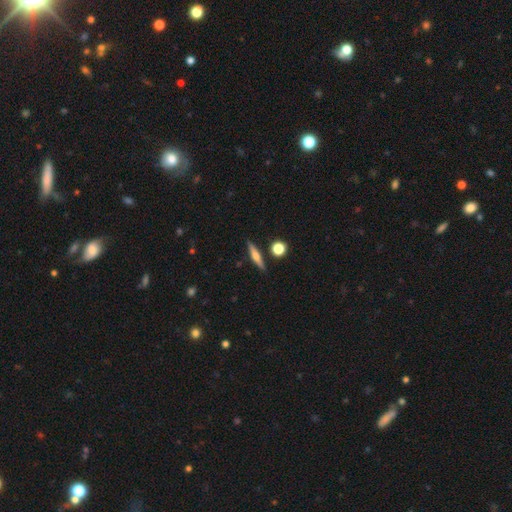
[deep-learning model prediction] featured or disk 55%, smooth 38%, star or artifact 7%. Down the decision tree: edge-on disk — yes (96%); edge-on bulge — rounded (86%); merging — none (87%).